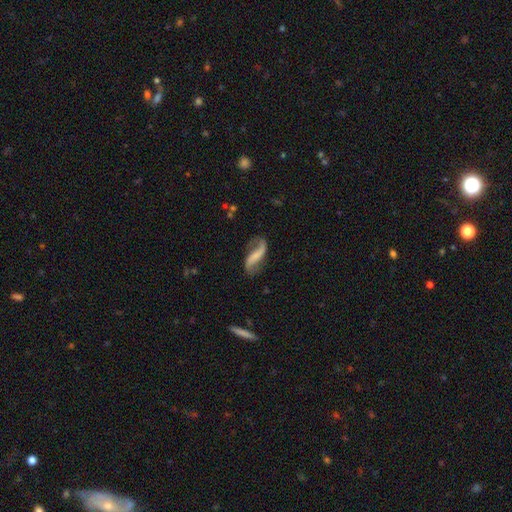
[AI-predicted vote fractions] Smooth or featured? featured or disk (78%)
Edge-on disk? no (94%)
Bar? strong (37%)
Spiral arms? yes (93%)
Spiral winding? loose (80%)
Spiral arm count? 2 (87%)
Bulge size? none (54%)
Merging? none (66%)